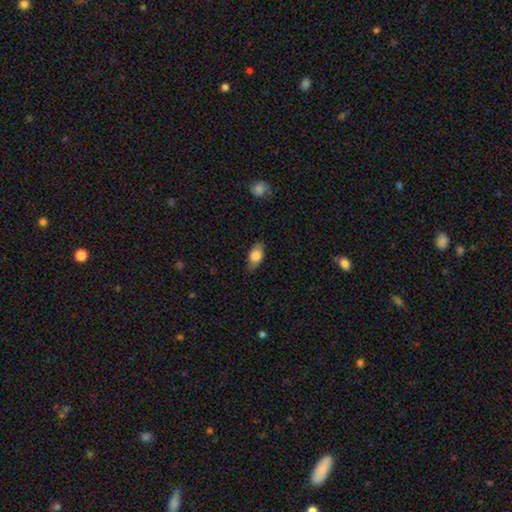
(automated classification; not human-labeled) Overall: smooth (72%). How rounded: in between (84%). Merging: none (77%).